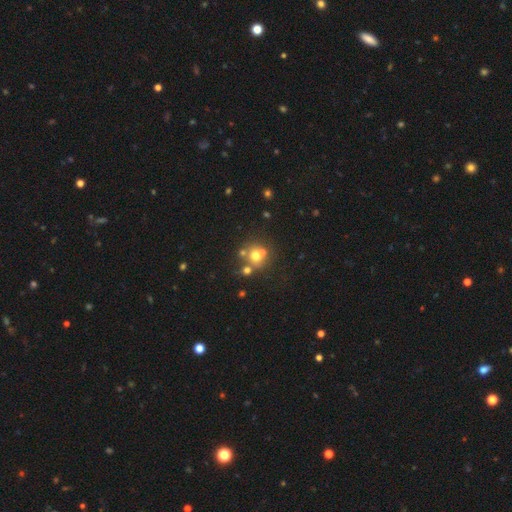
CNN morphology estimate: smooth_or_featured: smooth (p=0.59) [alt: featured or disk p=0.22]
how_rounded: round (p=0.84) [alt: in between p=0.15]
merging: none (p=0.51) [alt: merger p=0.36]